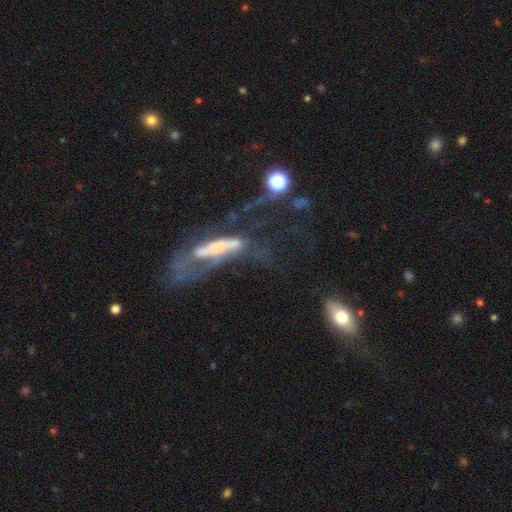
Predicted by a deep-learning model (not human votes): Smooth or featured: featured or disk — 58% (smooth — 24%)
Edge-on disk: no — 66% (yes — 34%)
Merging: major disturbance — 43% (none — 25%)